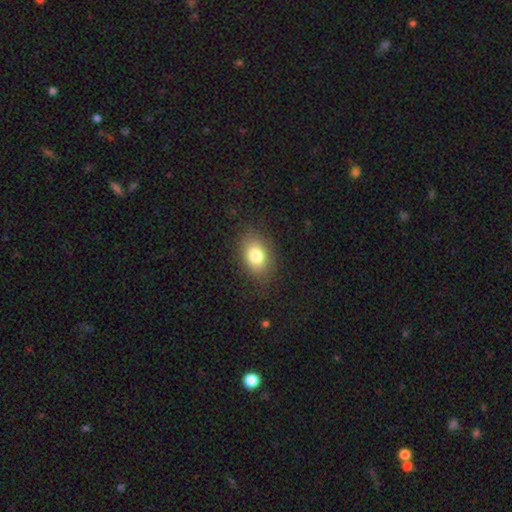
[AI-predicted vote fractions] smooth_or_featured: smooth (p=0.80) [alt: featured or disk p=0.11]
how_rounded: in between (p=0.79) [alt: round p=0.20]
merging: none (p=0.82) [alt: minor disturbance p=0.12]